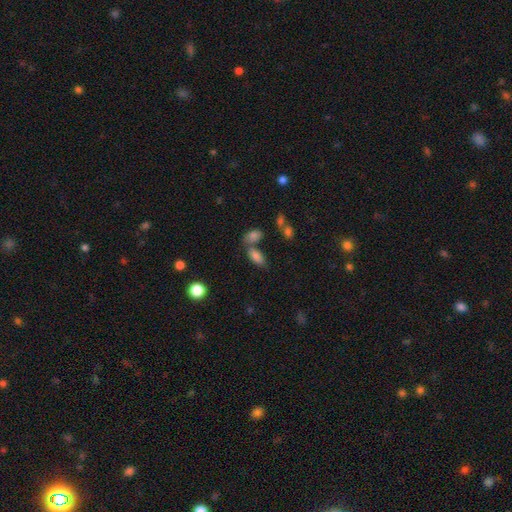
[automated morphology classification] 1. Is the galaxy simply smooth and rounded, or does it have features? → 81% smooth, 10% star or artifact, 9% featured or disk.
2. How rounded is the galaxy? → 87% in between, 9% cigar-shaped, 4% round.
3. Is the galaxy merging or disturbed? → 53% none, 29% merger, 13% minor disturbance, 5% major disturbance.